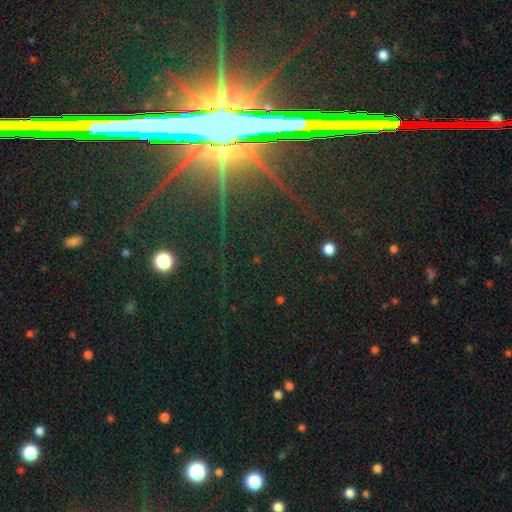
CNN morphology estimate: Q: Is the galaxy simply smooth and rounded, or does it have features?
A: star or artifact — 76%.